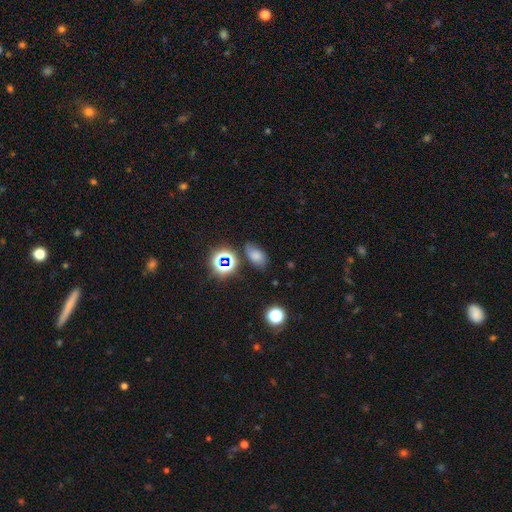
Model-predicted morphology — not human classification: Smooth or featured? Predicted: smooth (p=0.64). How rounded? Predicted: in between (p=0.85). Merging? Predicted: none (p=0.65).